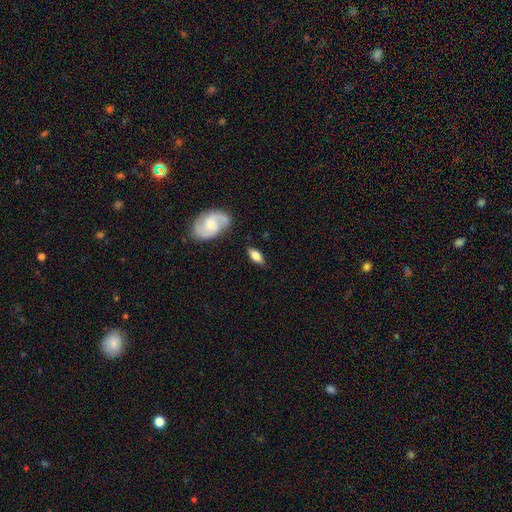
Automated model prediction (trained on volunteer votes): smooth-or-featured: smooth: 64% | featured or disk: 30% | star or artifact: 6%
  how-rounded: in between: 84% | cigar-shaped: 12% | round: 4%
  merging: none: 79% | minor disturbance: 14% | merger: 4% | major disturbance: 3%